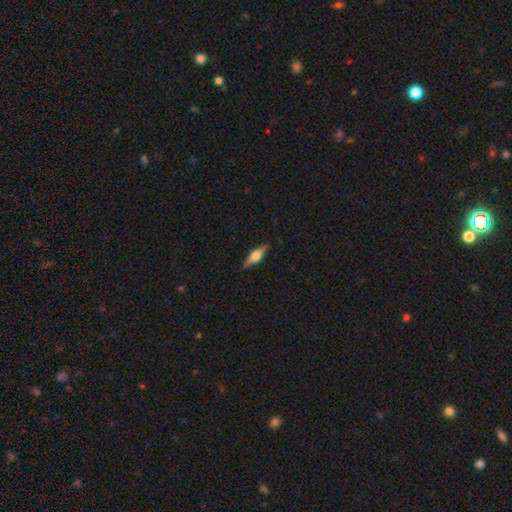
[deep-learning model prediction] Smooth or featured?
  - featured or disk: 60% *
  - smooth: 33%
  - star or artifact: 6%
Edge-on disk?
  - yes: 96% *
  - no: 4%
Edge-on bulge?
  - rounded: 87% *
  - boxy: 11%
  - none: 2%
Merging?
  - none: 88% *
  - minor disturbance: 9%
  - major disturbance: 2%
  - merger: 1%